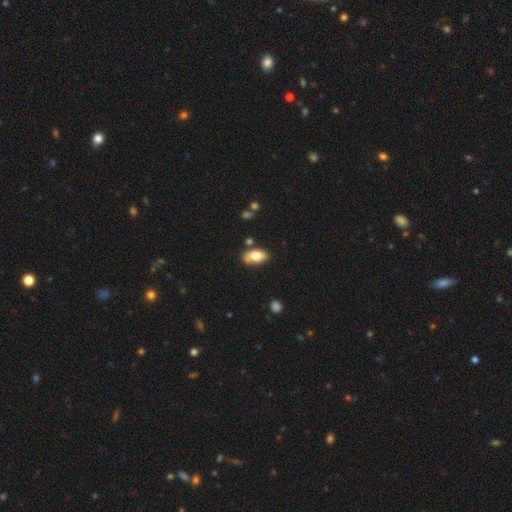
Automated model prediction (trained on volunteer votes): This is likely a smooth galaxy (79%). How rounded: clearly in between (93%). Merging: likely none (68%).